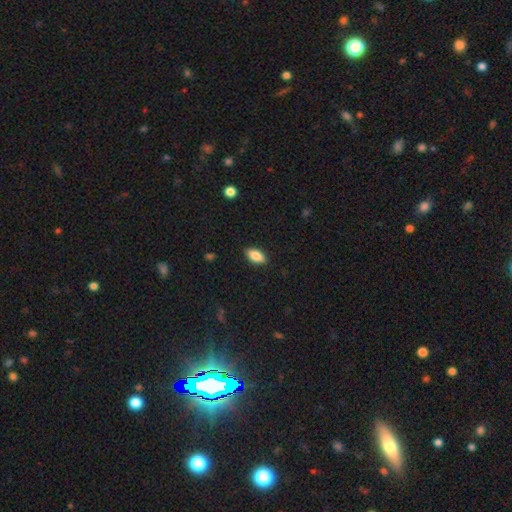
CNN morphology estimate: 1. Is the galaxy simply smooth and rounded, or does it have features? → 85% smooth, 8% featured or disk, 7% star or artifact.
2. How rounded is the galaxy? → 91% in between, 6% cigar-shaped, 4% round.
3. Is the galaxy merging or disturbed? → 88% none, 9% minor disturbance, 2% major disturbance, 1% merger.